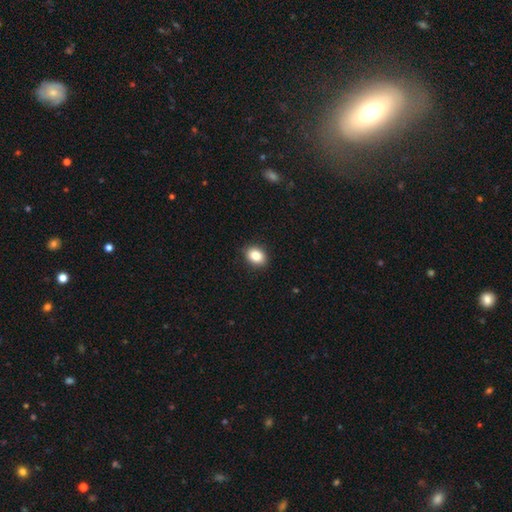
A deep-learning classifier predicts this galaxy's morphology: type=smooth (86%); roundness=in between (66%); merging=none (89%).